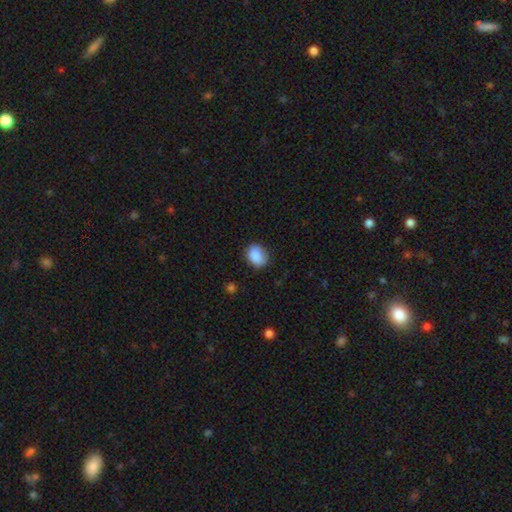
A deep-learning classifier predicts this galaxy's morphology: smooth-or-featured: smooth: 88% | star or artifact: 8% | featured or disk: 4%
  how-rounded: in between: 59% | round: 40% | cigar-shaped: 1%
  merging: none: 79% | minor disturbance: 16% | major disturbance: 3% | merger: 1%